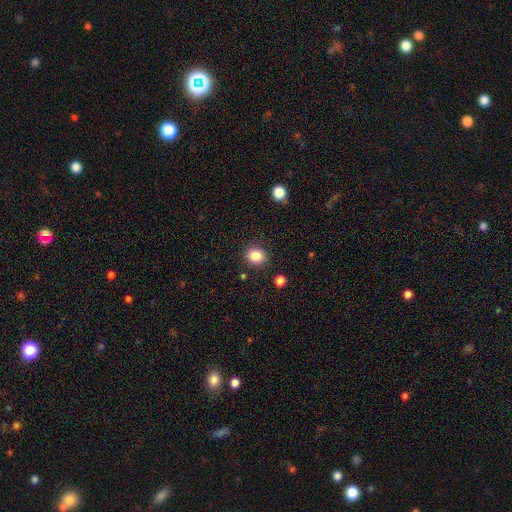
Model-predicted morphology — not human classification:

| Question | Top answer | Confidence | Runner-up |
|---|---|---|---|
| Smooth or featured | smooth | 85% | star or artifact (10%) |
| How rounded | round | 73% | in between (26%) |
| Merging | none | 86% | minor disturbance (9%) |